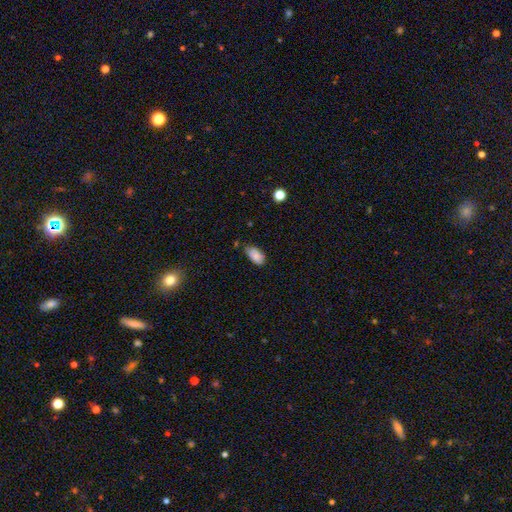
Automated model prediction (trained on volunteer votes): Q: Smooth or featured?
A: smooth (85%); runner-up: star or artifact (8%)
Q: How rounded?
A: in between (93%); runner-up: round (4%)
Q: Merging?
A: none (62%); runner-up: minor disturbance (31%)